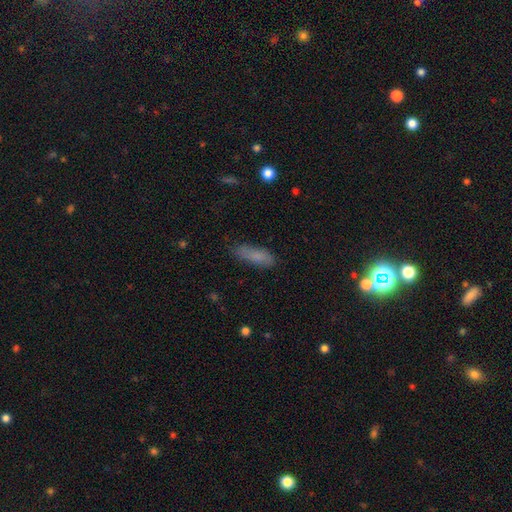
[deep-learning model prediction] smooth-or-featured: smooth: 79% | featured or disk: 12% | star or artifact: 8%
  how-rounded: in between: 50% | cigar-shaped: 48% | round: 2%
  merging: none: 74% | minor disturbance: 19% | major disturbance: 5% | merger: 2%